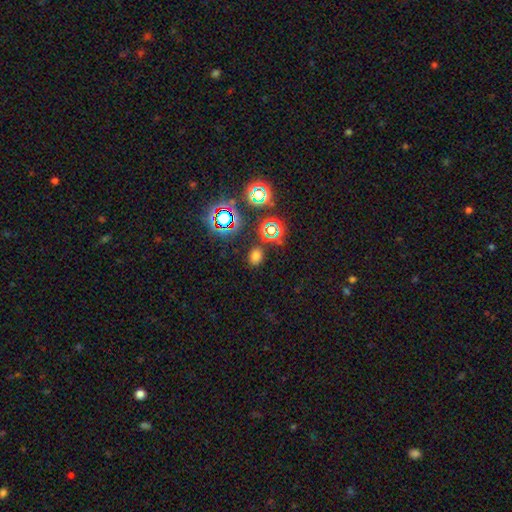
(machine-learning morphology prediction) Smooth or featured? Predicted: smooth (p=0.64). How rounded? Predicted: round (p=0.52). Merging? Predicted: none (p=0.82).